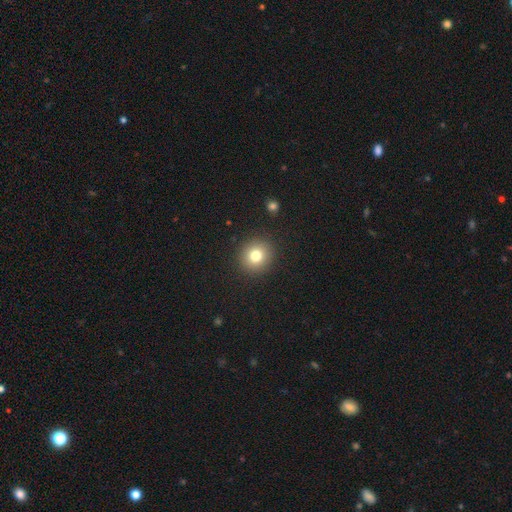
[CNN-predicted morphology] Overall: smooth (78%). How rounded: round (87%). Merging: none (91%).